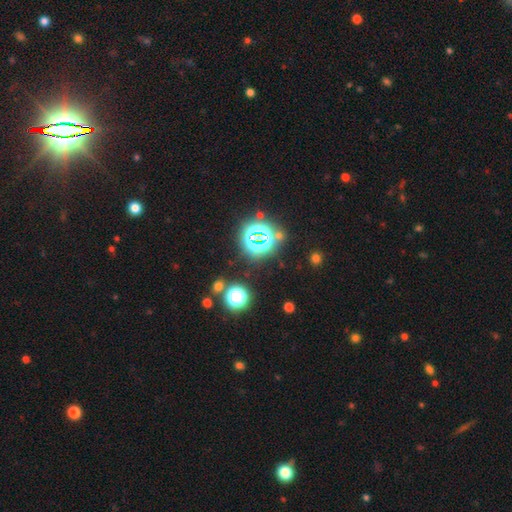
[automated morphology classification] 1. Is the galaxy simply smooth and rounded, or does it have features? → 84% star or artifact, 10% smooth, 6% featured or disk.